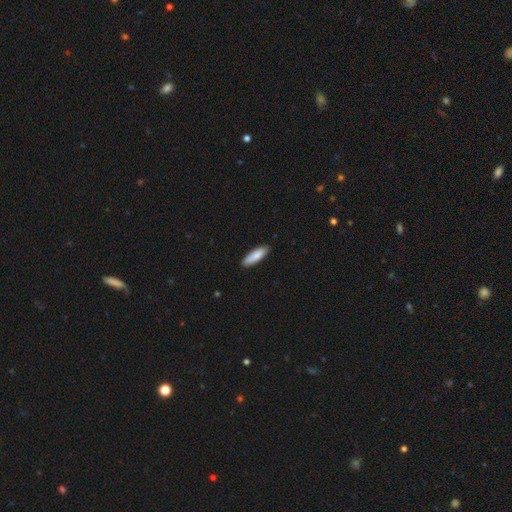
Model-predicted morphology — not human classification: This is clearly a smooth galaxy (85%). How rounded: possibly cigar-shaped (60%). Merging: clearly none (90%).